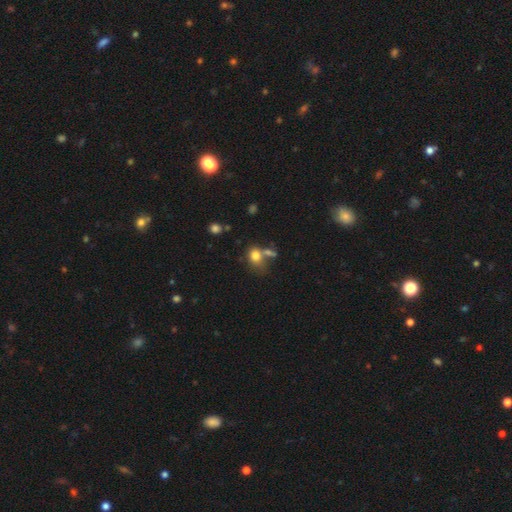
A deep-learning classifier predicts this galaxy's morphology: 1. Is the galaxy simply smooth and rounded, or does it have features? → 79% smooth, 12% star or artifact, 10% featured or disk.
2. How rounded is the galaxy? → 52% in between, 47% round, 1% cigar-shaped.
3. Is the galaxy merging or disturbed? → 44% none, 31% merger, 16% minor disturbance, 9% major disturbance.